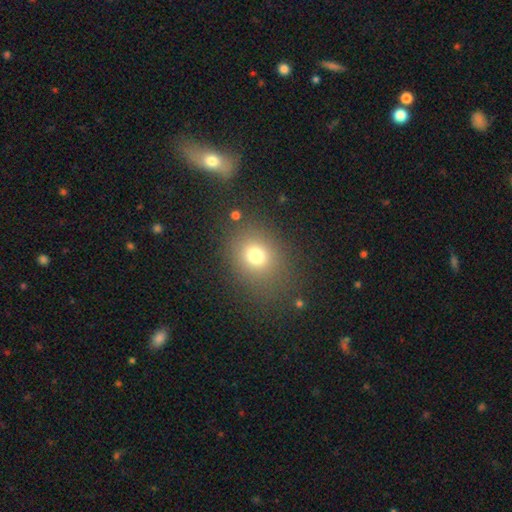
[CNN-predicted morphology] Q: Smooth or featured?
A: smooth (73%); runner-up: star or artifact (17%)
Q: How rounded?
A: round (62%); runner-up: in between (36%)
Q: Merging?
A: none (79%); runner-up: minor disturbance (11%)